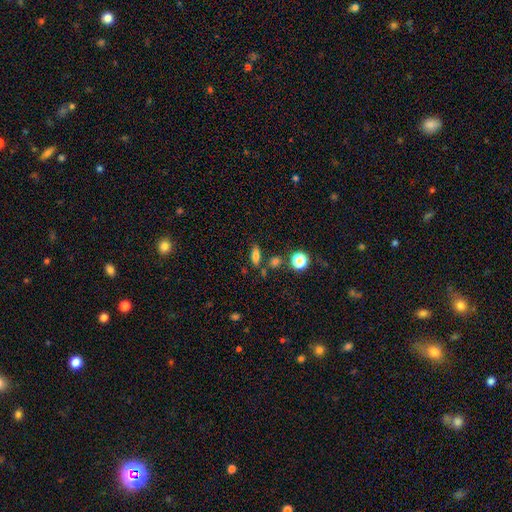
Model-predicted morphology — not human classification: smooth 75%, star or artifact 13%, featured or disk 11%. Down the decision tree: how rounded — in between (67%); merging — none (76%).